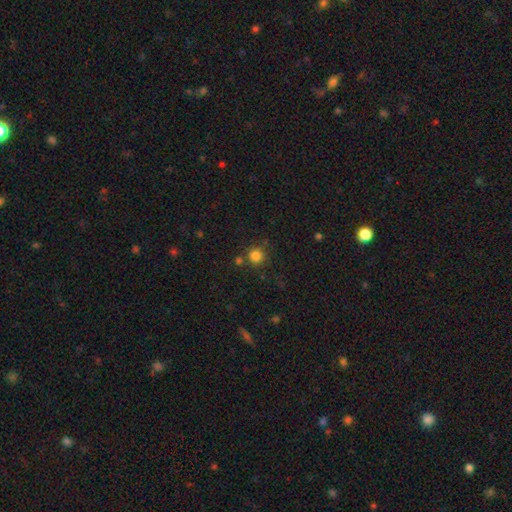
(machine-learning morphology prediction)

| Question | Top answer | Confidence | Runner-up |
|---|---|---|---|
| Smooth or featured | smooth | 82% | star or artifact (13%) |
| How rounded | round | 94% | in between (5%) |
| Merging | none | 79% | merger (10%) |